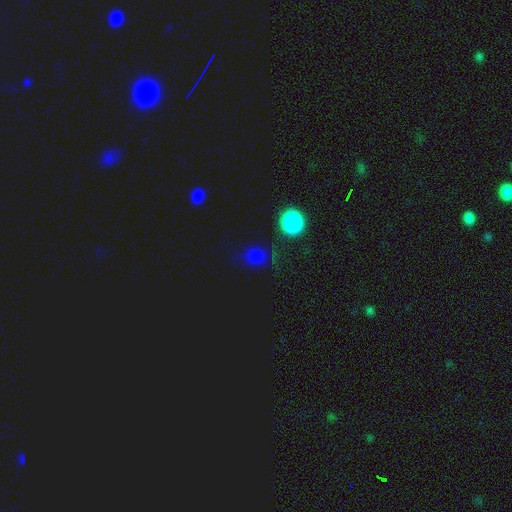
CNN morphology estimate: smooth-or-featured: smooth: 65% | star or artifact: 30% | featured or disk: 5%
  how-rounded: round: 87% | in between: 11% | cigar-shaped: 1%
  merging: none: 81% | minor disturbance: 11% | major disturbance: 5% | merger: 3%